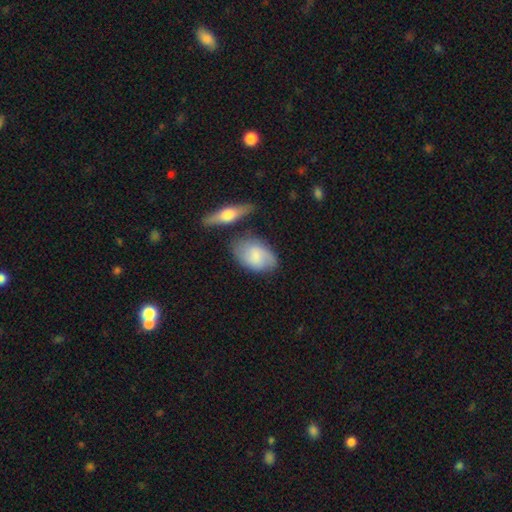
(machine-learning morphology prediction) This appears to be a smooth galaxy with no disk features (64%) that is in between round and cigar-shaped (90%). Merging: none (65%).